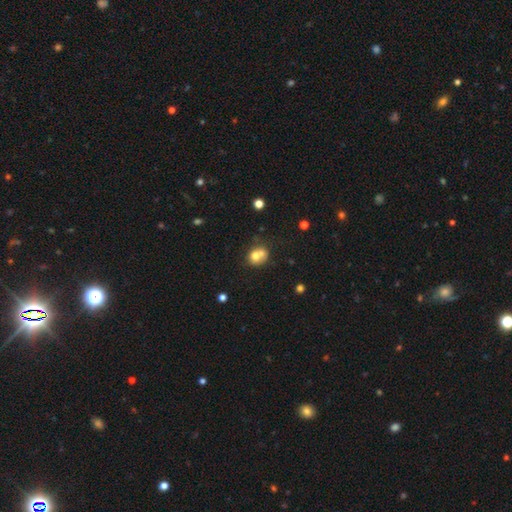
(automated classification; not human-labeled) A smooth galaxy with no disk features (69%) that is round (68%).

Vote fractions:
- Smooth or featured? smooth: 69% / featured or disk: 19% / star or artifact: 11%
- How rounded? round: 68% / in between: 31% / cigar-shaped: 1%
- Merging? merger: 49% / none: 35% / minor disturbance: 11% / major disturbance: 5%